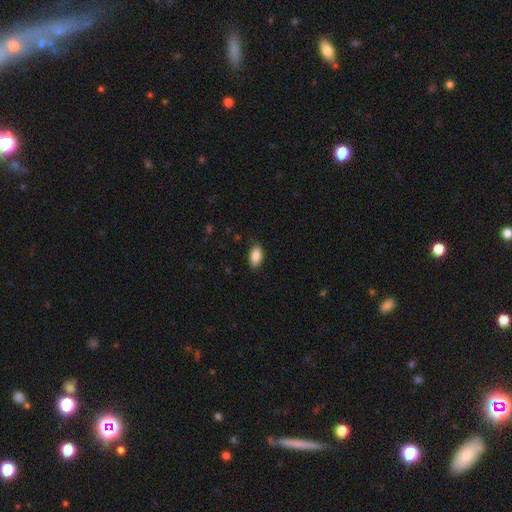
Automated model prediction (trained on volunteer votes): Morphology: type=smooth (88%); roundness=in between (92%); merging=none (86%).